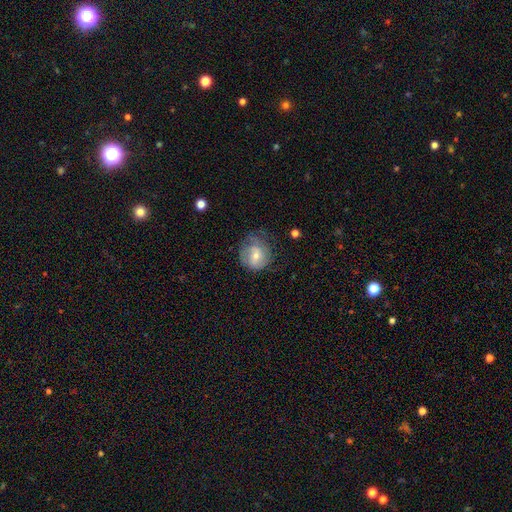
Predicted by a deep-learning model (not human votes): Smooth or featured? Predicted: featured or disk (p=0.58). Edge-on disk? Predicted: no (p=0.97). Bar? Predicted: weak (p=0.46). Spiral arms? Predicted: yes (p=0.78). Bulge size? Predicted: moderate (p=0.49). Merging? Predicted: none (p=0.57).